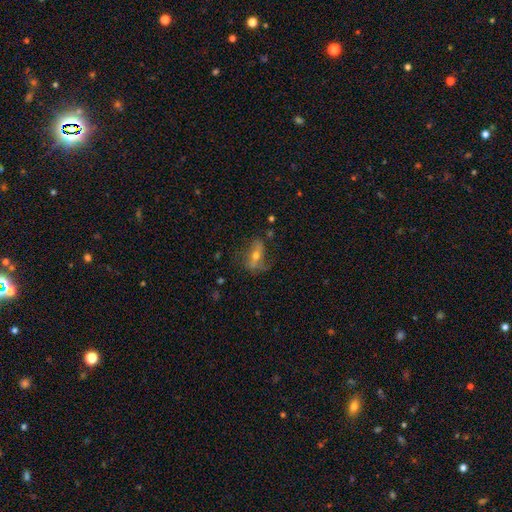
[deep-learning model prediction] Q: Smooth or featured?
A: featured or disk (56%); runner-up: smooth (34%)
Q: Edge-on disk?
A: no (85%); runner-up: yes (15%)
Q: Merging?
A: none (57%); runner-up: minor disturbance (23%)